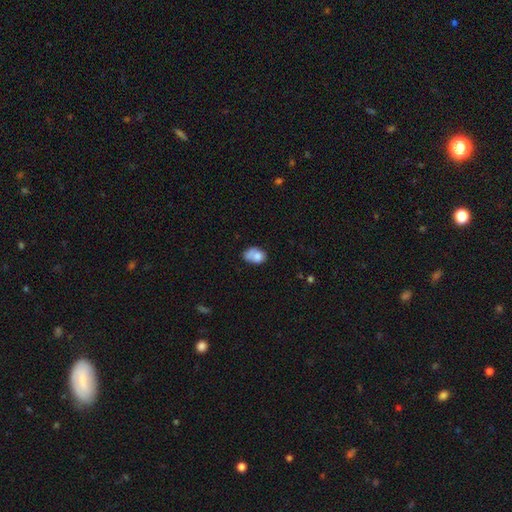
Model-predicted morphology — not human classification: A smooth galaxy with no disk features (74%) that is in between round and cigar-shaped (73%). Merging: none (35%).